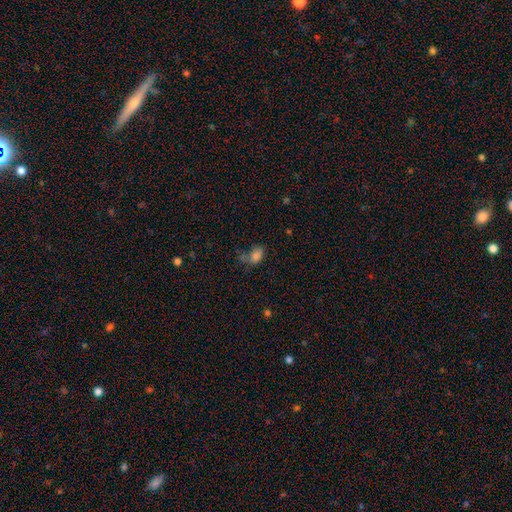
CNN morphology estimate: Smooth or featured: smooth — 78% (star or artifact — 13%)
How rounded: in between — 82% (round — 16%)
Merging: none — 40% (minor disturbance — 25%)